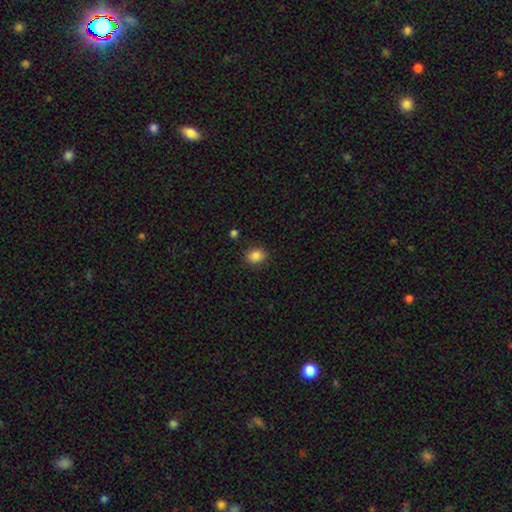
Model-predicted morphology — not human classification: Smooth or featured?
  - smooth: 86% *
  - star or artifact: 10%
  - featured or disk: 5%
How rounded?
  - in between: 59% *
  - round: 40%
  - cigar-shaped: 1%
Merging?
  - none: 86% *
  - minor disturbance: 10%
  - major disturbance: 2%
  - merger: 2%